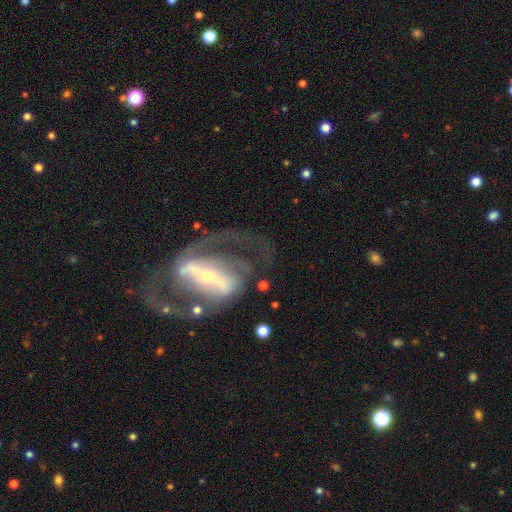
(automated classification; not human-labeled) Smooth or featured? featured or disk (86%)
Edge-on disk? no (93%)
Bar? strong (66%)
Spiral arms? yes (87%)
Spiral winding? medium (51%)
Spiral arm count? 2 (88%)
Bulge size? small (65%)
Merging? none (63%)